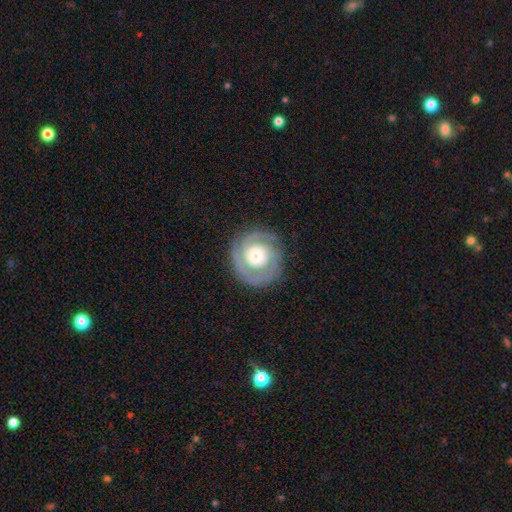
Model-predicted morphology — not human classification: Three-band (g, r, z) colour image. It shows a featured or disk galaxy (84%) with no bar (74%), 2 (59%) tight (72%) spiral arms (95%) and a moderate central bulge (48%). Merging: none (83%).